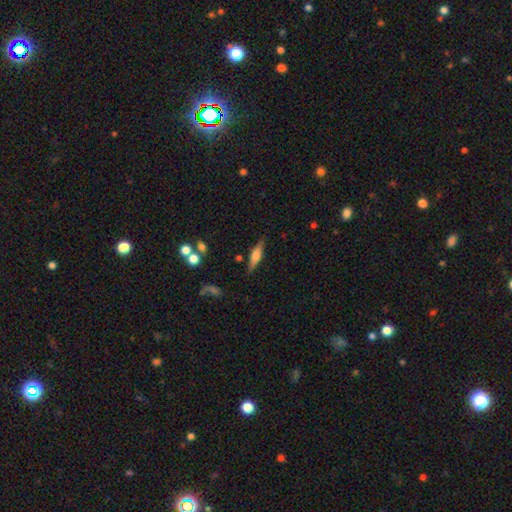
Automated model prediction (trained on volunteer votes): A featured or disk galaxy (51%) viewed edge-on (92%). Merging: none (83%).